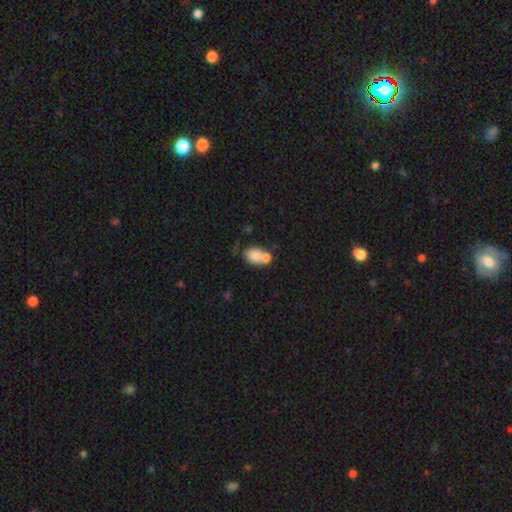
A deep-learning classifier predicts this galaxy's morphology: Smooth or featured: smooth — 77% (featured or disk — 15%)
How rounded: in between — 67% (round — 31%)
Merging: merger — 52% (none — 32%)